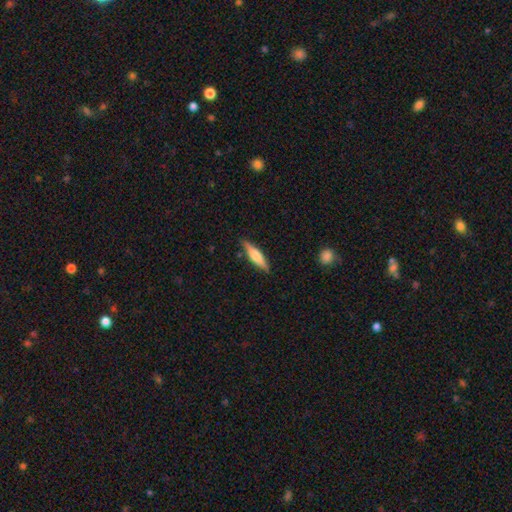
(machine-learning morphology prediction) Smooth or featured? smooth (54%)
How rounded? cigar-shaped (77%)
Merging? none (86%)